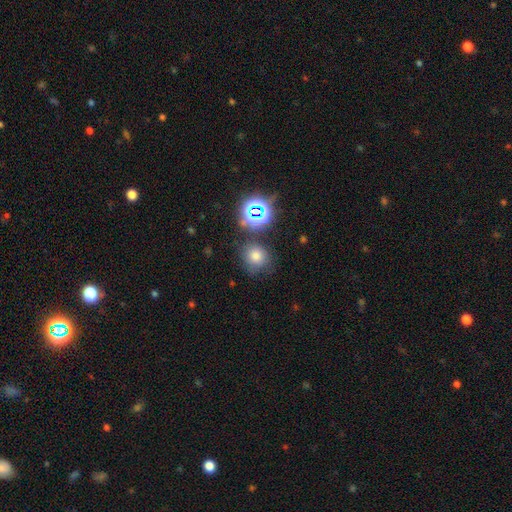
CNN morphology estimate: type=smooth (67%); roundness=round (83%); merging=none (73%).